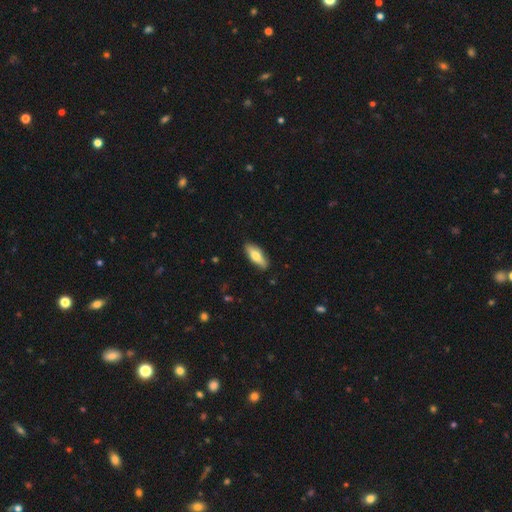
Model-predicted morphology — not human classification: smooth-or-featured: smooth: 66% | featured or disk: 29% | star or artifact: 6%
  how-rounded: in between: 59% | cigar-shaped: 38% | round: 2%
  merging: none: 86% | minor disturbance: 10% | major disturbance: 2% | merger: 1%